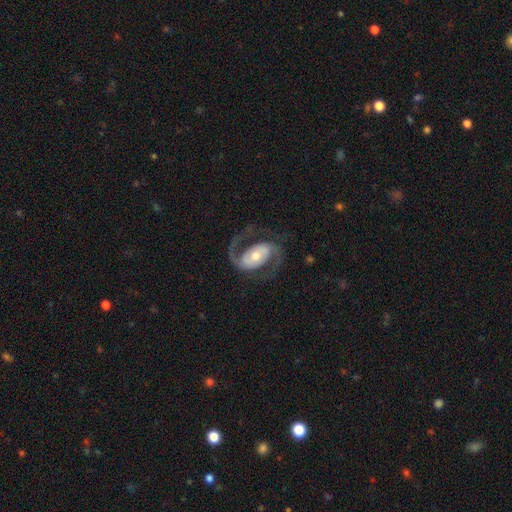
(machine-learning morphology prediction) A featured or disk galaxy (91%) with no bar (41%), 2 (92%) medium (55%) spiral arms (97%) and a moderate central bulge (60%). Merging: none (76%).